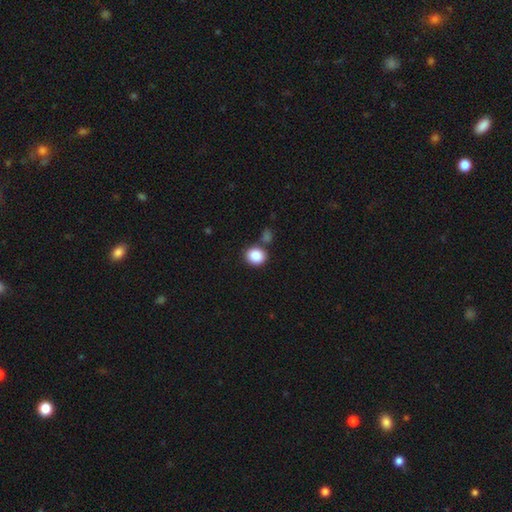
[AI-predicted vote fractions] A smooth galaxy with no disk features (88%) that is round (75%). Merging: none (71%).